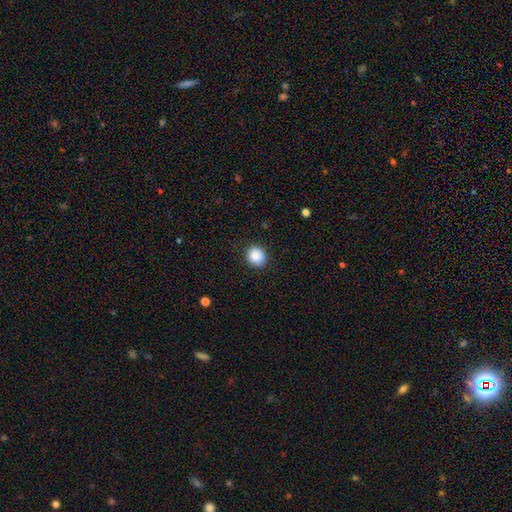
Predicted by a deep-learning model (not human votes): smooth 88%, star or artifact 9%, featured or disk 4%. Down the decision tree: how rounded — round (84%); merging — none (89%).